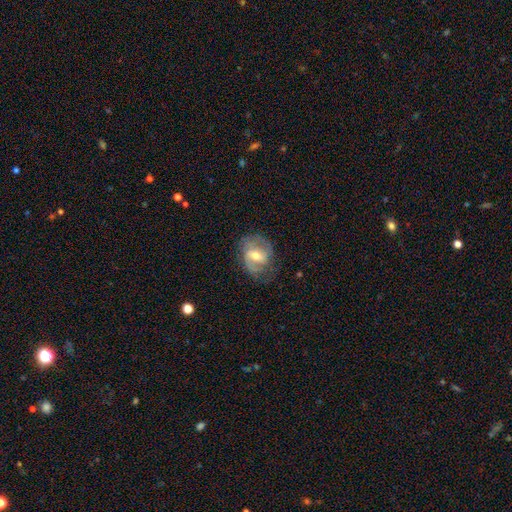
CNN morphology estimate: Smooth or featured? Predicted: featured or disk (p=0.74). Edge-on disk? Predicted: no (p=0.96). Bar? Predicted: weak (p=0.52). Spiral arms? Predicted: yes (p=0.86). Spiral winding? Predicted: medium (p=0.46). Spiral arm count? Predicted: 2 (p=0.70). Bulge size? Predicted: moderate (p=0.65). Merging? Predicted: none (p=0.65).